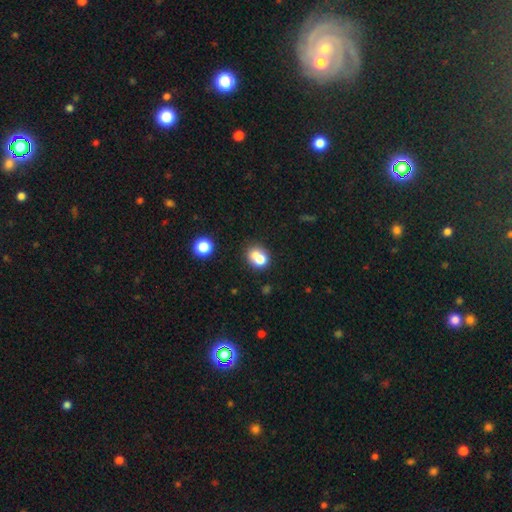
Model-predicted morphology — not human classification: Smooth or featured?
  - smooth: 71% *
  - featured or disk: 17%
  - star or artifact: 12%
How rounded?
  - round: 64% *
  - in between: 35%
  - cigar-shaped: 1%
Merging?
  - merger: 46% *
  - none: 38%
  - minor disturbance: 11%
  - major disturbance: 5%